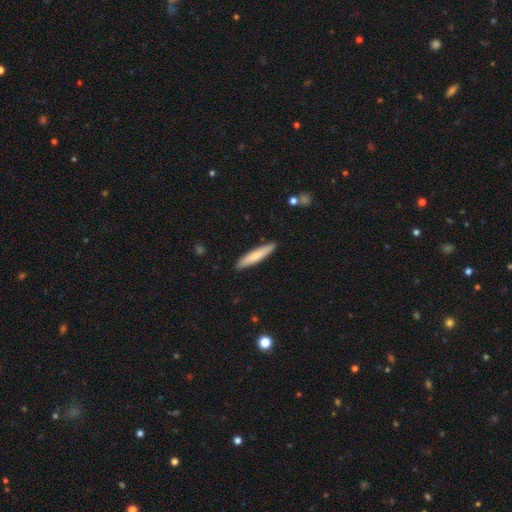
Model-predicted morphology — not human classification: Q: Smooth or featured?
A: smooth (74%); runner-up: featured or disk (21%)
Q: How rounded?
A: cigar-shaped (90%); runner-up: in between (8%)
Q: Merging?
A: none (90%); runner-up: minor disturbance (7%)